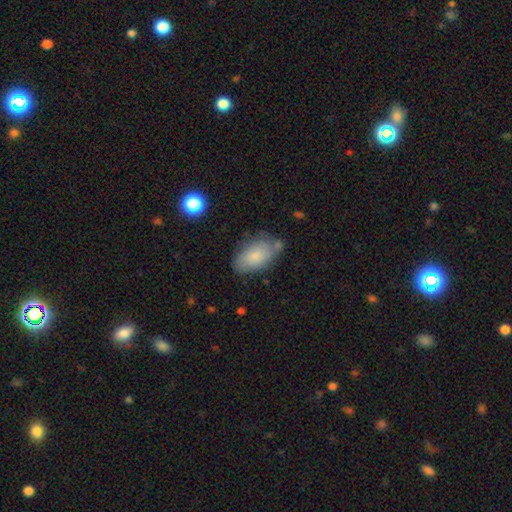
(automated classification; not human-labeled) Smooth or featured: smooth — 78% (featured or disk — 16%)
How rounded: in between — 93% (round — 4%)
Merging: none — 66% (minor disturbance — 22%)